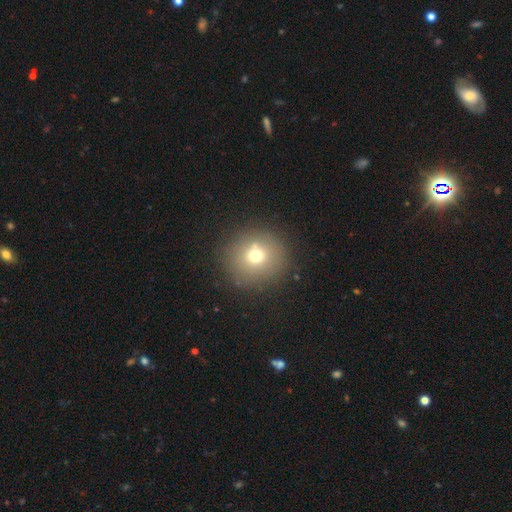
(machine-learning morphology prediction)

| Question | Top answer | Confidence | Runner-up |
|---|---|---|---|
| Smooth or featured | smooth | 68% | star or artifact (17%) |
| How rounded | round | 92% | in between (7%) |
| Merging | none | 83% | minor disturbance (9%) |